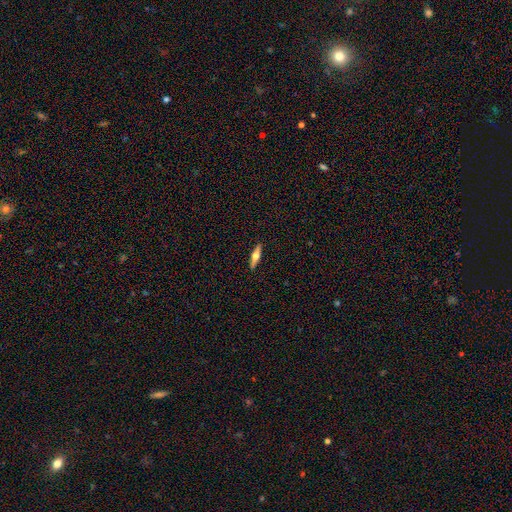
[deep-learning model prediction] The model was most divided on "smooth or featured": featured or disk: 56%, smooth: 37%, star or artifact: 6%. More confident: edge-on bulge — rounded (95%); edge-on disk — yes (95%); merging — none (91%).